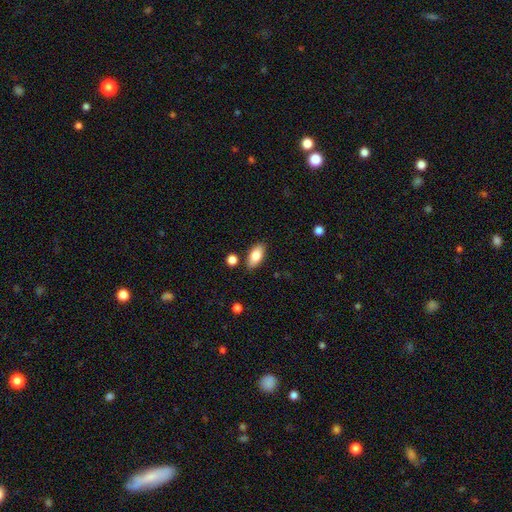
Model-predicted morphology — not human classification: Overall: smooth (81%). How rounded: in between (90%). Merging: none (84%).